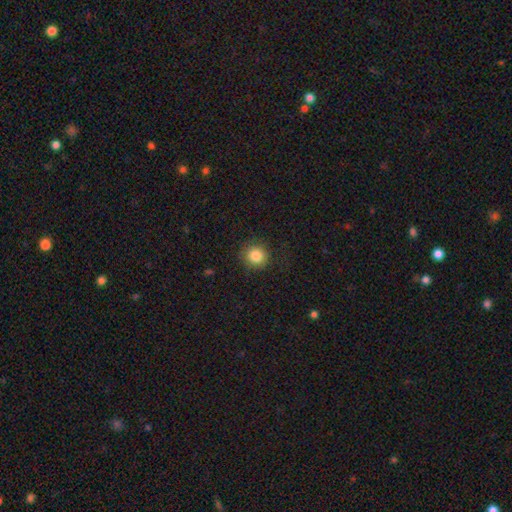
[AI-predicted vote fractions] A smooth galaxy with no disk features (85%) that is round (91%).

Vote fractions:
- Smooth or featured? smooth: 85% / star or artifact: 10% / featured or disk: 5%
- How rounded? round: 91% / in between: 8% / cigar-shaped: 1%
- Merging? none: 86% / minor disturbance: 9% / major disturbance: 4% / merger: 1%